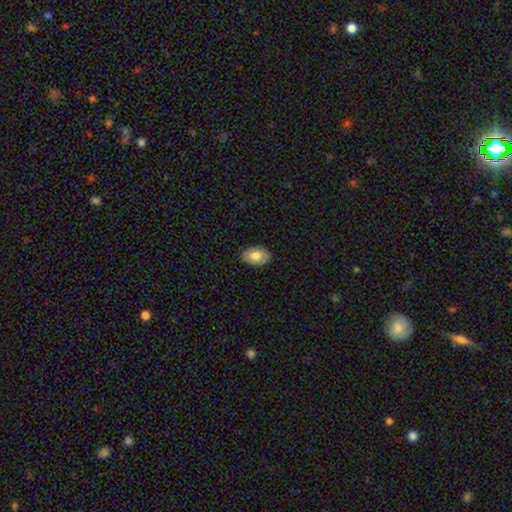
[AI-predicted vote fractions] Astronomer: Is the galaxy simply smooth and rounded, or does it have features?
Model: smooth — 79%.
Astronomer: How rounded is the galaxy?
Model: in between — 91%.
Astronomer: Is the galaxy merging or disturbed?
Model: none — 88%.